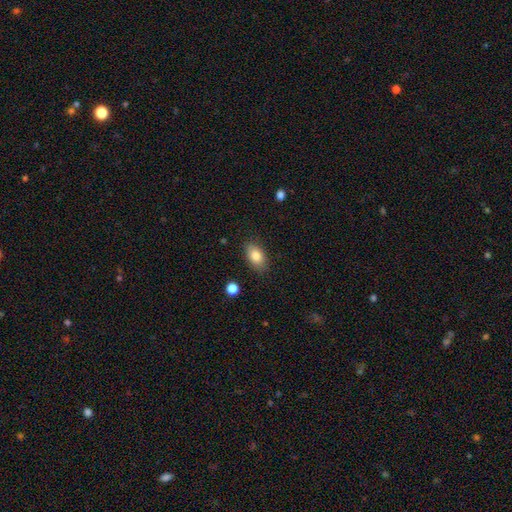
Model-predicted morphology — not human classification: The model was most divided on "merging": none: 85%, minor disturbance: 11%, major disturbance: 3%, merger: 1%. More confident: how rounded — in between (89%); smooth or featured — smooth (84%).